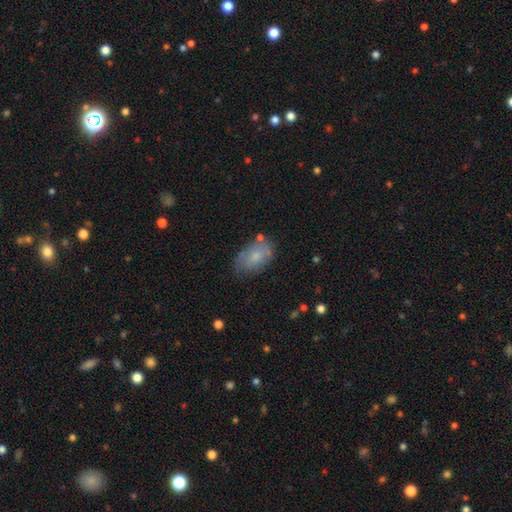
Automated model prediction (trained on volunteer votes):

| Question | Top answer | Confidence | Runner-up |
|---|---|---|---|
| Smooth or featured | smooth | 63% | featured or disk (29%) |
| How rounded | in between | 90% | round (8%) |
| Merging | none | 57% | minor disturbance (29%) |